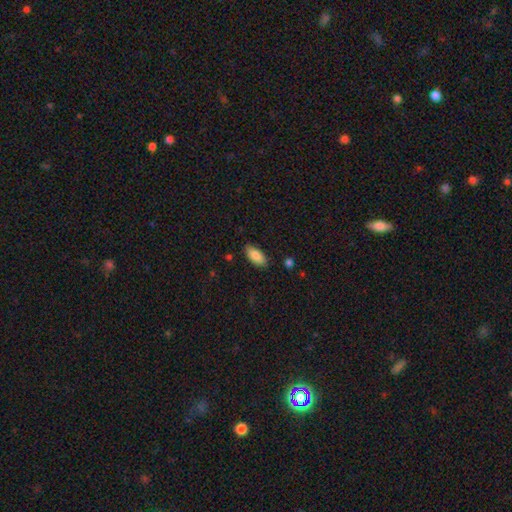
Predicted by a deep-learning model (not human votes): smooth_or_featured: smooth (p=0.86) [alt: featured or disk p=0.07]
how_rounded: in between (p=0.88) [alt: cigar-shaped p=0.10]
merging: none (p=0.86) [alt: minor disturbance p=0.11]